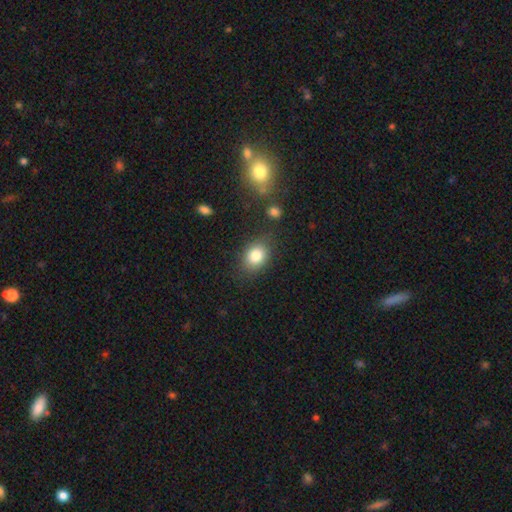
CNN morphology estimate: Smooth or featured: smooth — 82% (star or artifact — 10%)
How rounded: in between — 56% (round — 43%)
Merging: none — 78% (minor disturbance — 14%)